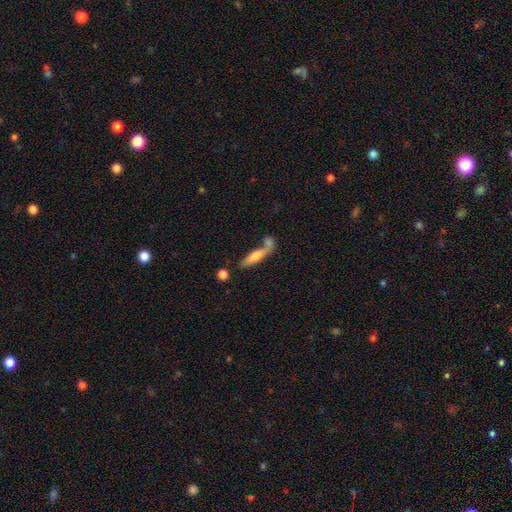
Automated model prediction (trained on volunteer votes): Smooth or featured?
  - smooth: 59% *
  - featured or disk: 34%
  - star or artifact: 7%
How rounded?
  - cigar-shaped: 73% *
  - in between: 24%
  - round: 3%
Merging?
  - none: 45% *
  - merger: 33%
  - minor disturbance: 14%
  - major disturbance: 7%